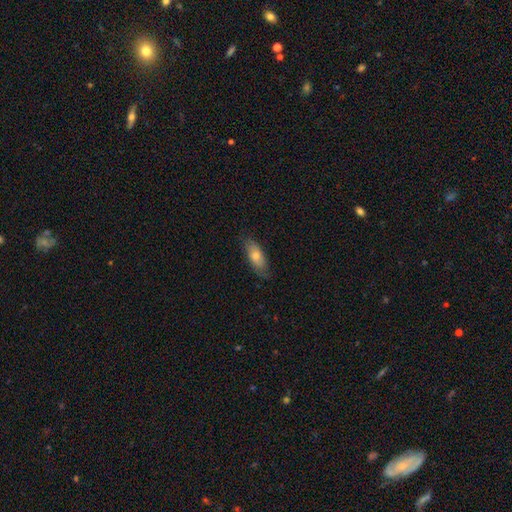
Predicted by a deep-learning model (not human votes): Smooth or featured? smooth (71%)
How rounded? in between (76%)
Merging? none (77%)